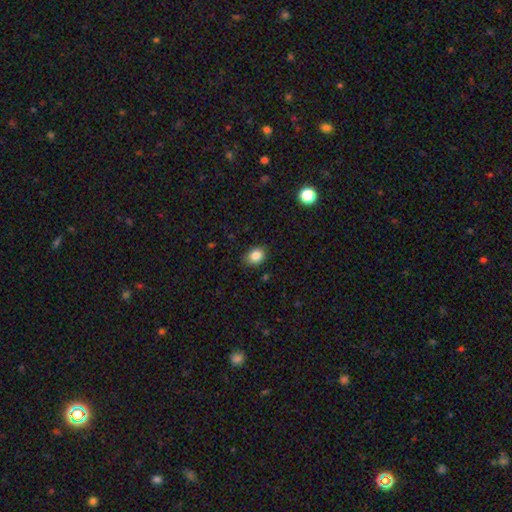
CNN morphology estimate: Smooth or featured: smooth — 86% (star or artifact — 9%)
How rounded: in between — 59% (round — 40%)
Merging: none — 84% (minor disturbance — 12%)